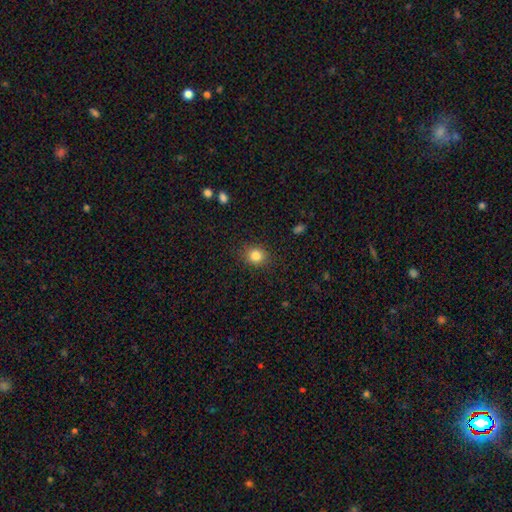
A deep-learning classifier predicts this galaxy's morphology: Smooth or featured? smooth (83%)
How rounded? round (75%)
Merging? none (88%)